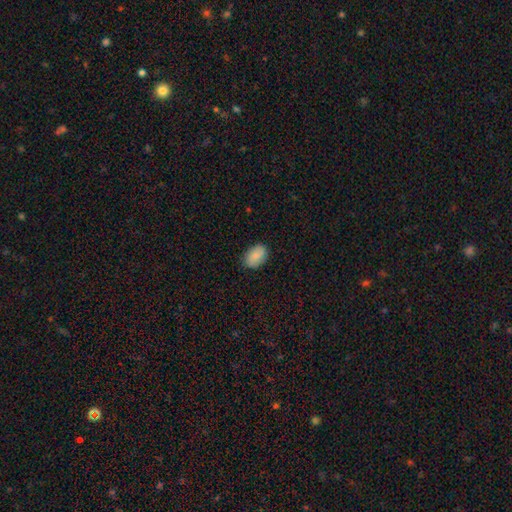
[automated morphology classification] smooth 86%, featured or disk 8%, star or artifact 7%. Down the decision tree: how rounded — in between (87%); merging — none (86%).